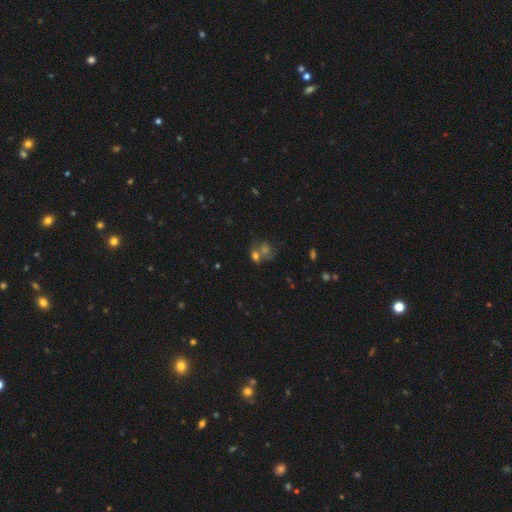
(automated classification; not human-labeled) smooth-or-featured: smooth: 60% | star or artifact: 21% | featured or disk: 19%
  how-rounded: in between: 52% | round: 45% | cigar-shaped: 2%
  merging: merger: 51% | none: 31% | minor disturbance: 11% | major disturbance: 8%